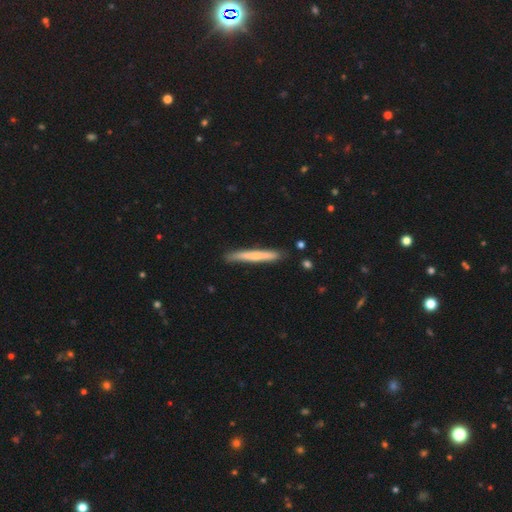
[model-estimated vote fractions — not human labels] This appears to be a smooth galaxy with no disk features (63%) that is cigar-shaped (96%). Merging: none (85%).